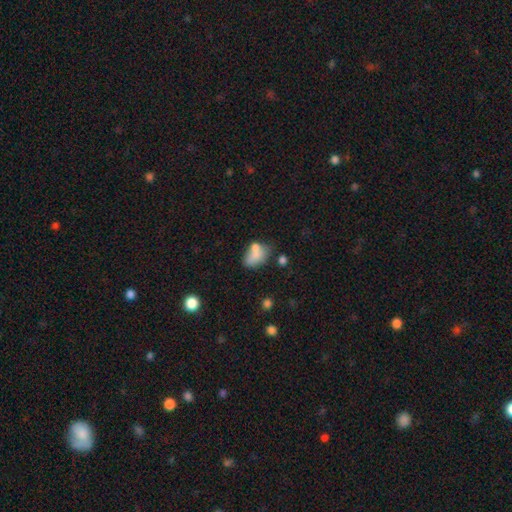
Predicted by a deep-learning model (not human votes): Smooth or featured?
  - smooth: 74% *
  - featured or disk: 16%
  - star or artifact: 10%
How rounded?
  - in between: 85% *
  - round: 13%
  - cigar-shaped: 2%
Merging?
  - none: 34% *
  - merger: 33%
  - minor disturbance: 21%
  - major disturbance: 12%